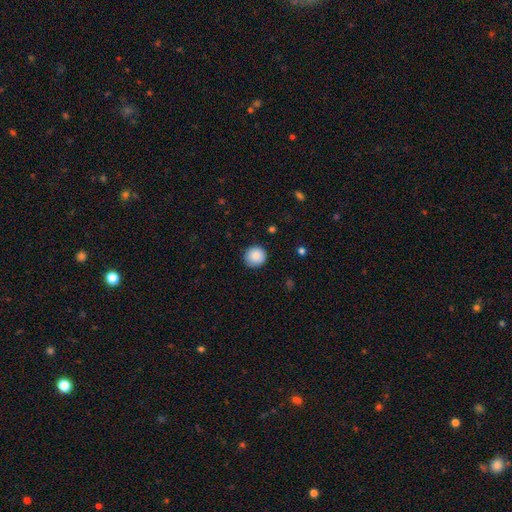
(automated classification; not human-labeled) Smooth or featured? smooth (87%)
How rounded? round (94%)
Merging? none (88%)